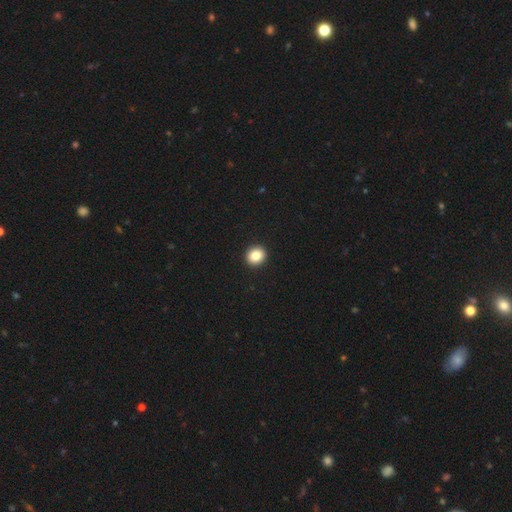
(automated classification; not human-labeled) smooth 85%, star or artifact 9%, featured or disk 5%. Down the decision tree: how rounded — round (81%); merging — none (94%).